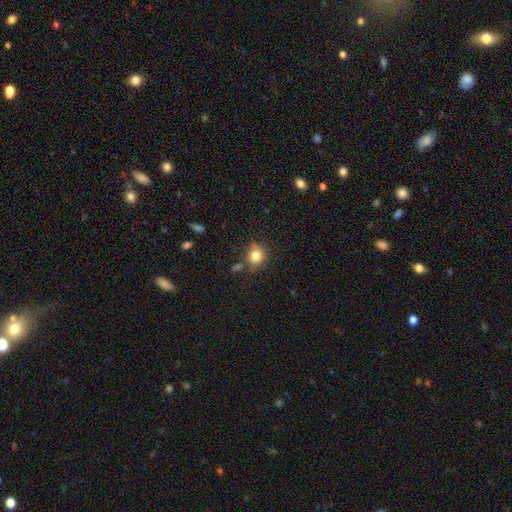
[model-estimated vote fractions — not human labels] Smooth or featured: smooth — 82% (star or artifact — 11%)
How rounded: round — 80% (in between — 19%)
Merging: none — 75% (minor disturbance — 15%)